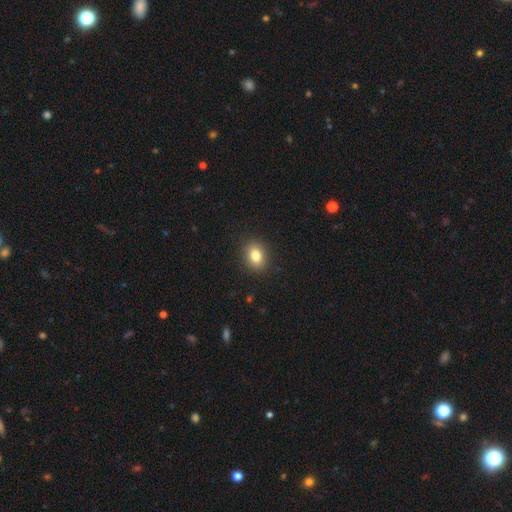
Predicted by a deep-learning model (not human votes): Q: Smooth or featured?
A: smooth (83%); runner-up: star or artifact (10%)
Q: How rounded?
A: in between (58%); runner-up: round (41%)
Q: Merging?
A: none (89%); runner-up: minor disturbance (7%)